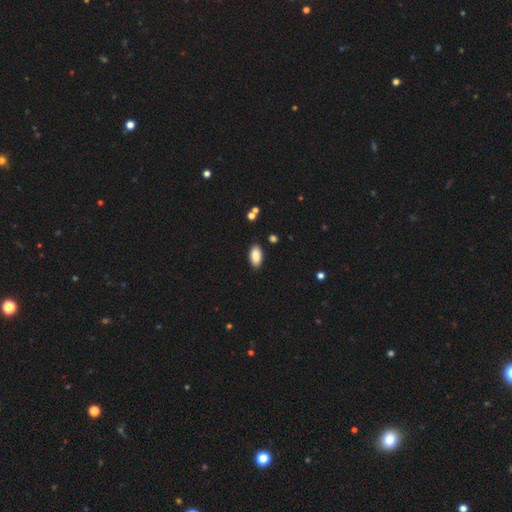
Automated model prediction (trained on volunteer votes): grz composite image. It shows a smooth galaxy with no disk features (88%) that is in between round and cigar-shaped (93%). Merging: none (87%).